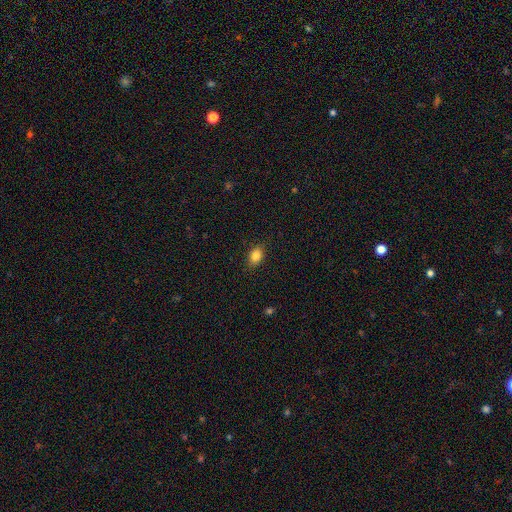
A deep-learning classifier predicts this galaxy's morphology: Smooth or featured?
  - smooth: 85% *
  - star or artifact: 9%
  - featured or disk: 6%
How rounded?
  - in between: 76% *
  - round: 22%
  - cigar-shaped: 2%
Merging?
  - none: 86% *
  - minor disturbance: 11%
  - major disturbance: 2%
  - merger: 1%